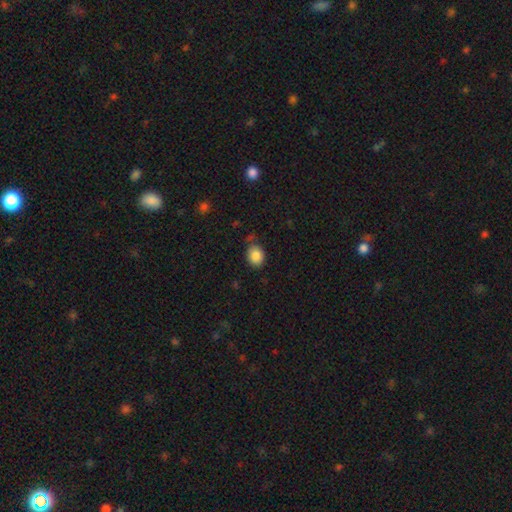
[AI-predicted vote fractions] smooth-or-featured: smooth: 85% | star or artifact: 9% | featured or disk: 6%
  how-rounded: round: 52% | in between: 48% | cigar-shaped: 1%
  merging: none: 73% | minor disturbance: 19% | merger: 4% | major disturbance: 4%